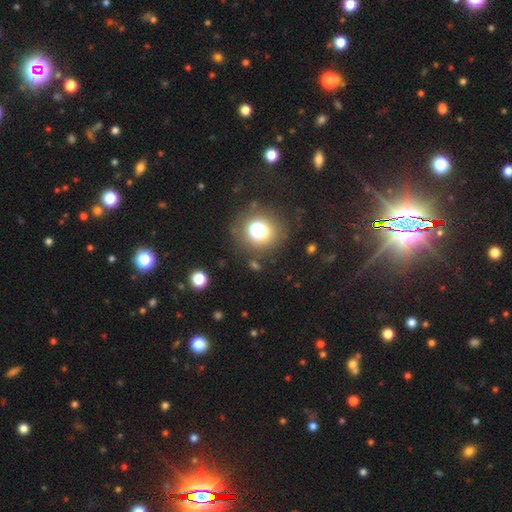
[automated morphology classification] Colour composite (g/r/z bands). It shows a smooth galaxy with no disk features (50%). Merging: none (81%).